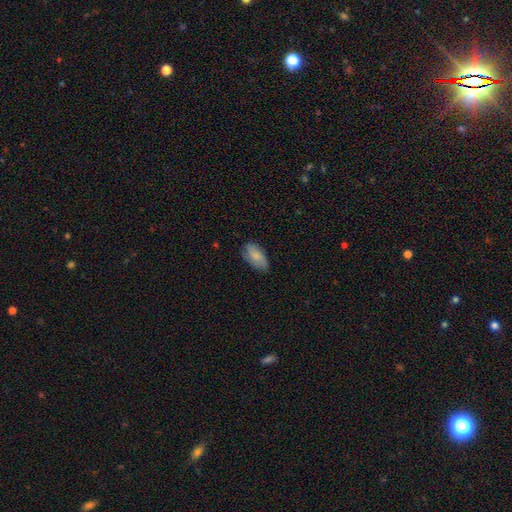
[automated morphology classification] Smooth or featured?
  - smooth: 80% *
  - featured or disk: 14%
  - star or artifact: 6%
How rounded?
  - in between: 92% *
  - cigar-shaped: 5%
  - round: 3%
Merging?
  - none: 75% *
  - minor disturbance: 20%
  - major disturbance: 4%
  - merger: 1%